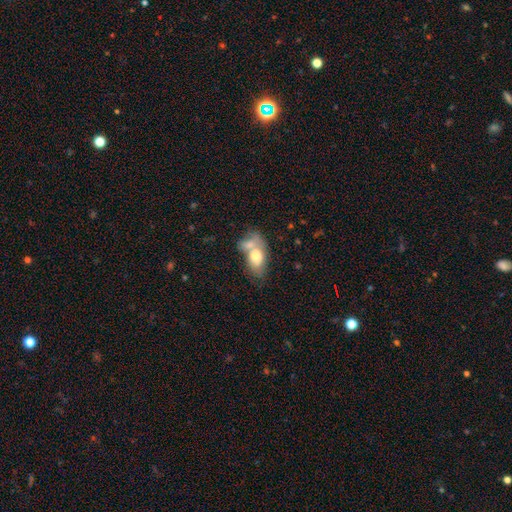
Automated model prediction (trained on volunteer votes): The model was most divided on "merging": merger: 53%, none: 24%, minor disturbance: 14%, major disturbance: 10%. More confident: how rounded — in between (86%); smooth or featured — smooth (68%).